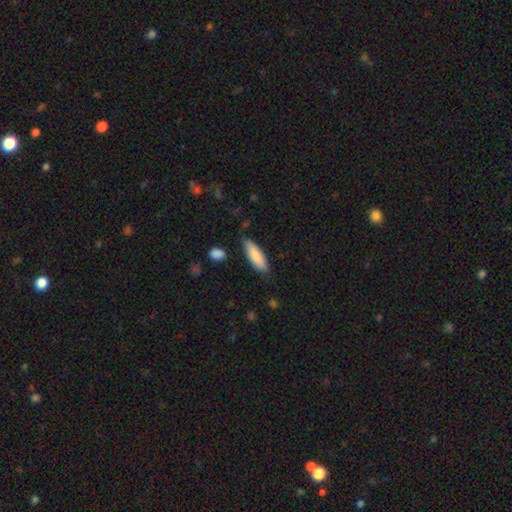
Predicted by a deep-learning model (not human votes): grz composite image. It shows a smooth galaxy with no disk features (86%) that is in between round and cigar-shaped (53%). Merging: none (83%).